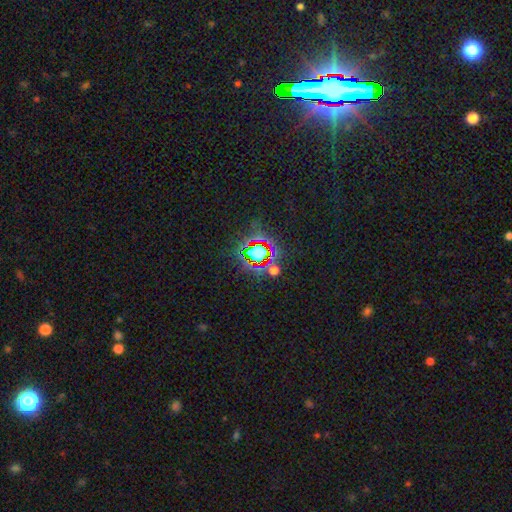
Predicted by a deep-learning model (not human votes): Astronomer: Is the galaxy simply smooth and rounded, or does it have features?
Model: star or artifact — 68%.